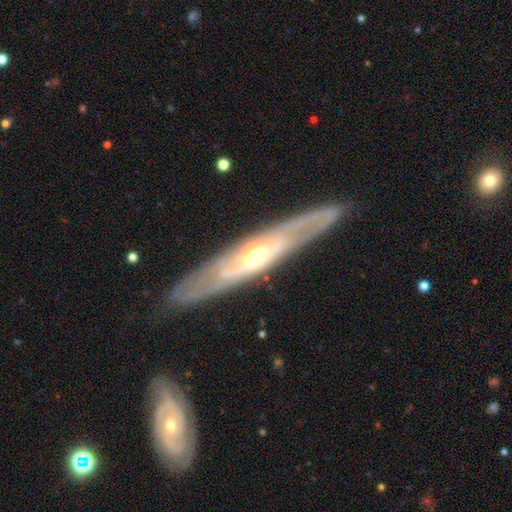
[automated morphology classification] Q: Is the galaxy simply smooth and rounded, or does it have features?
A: featured or disk — 79%.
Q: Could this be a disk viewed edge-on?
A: yes — 51%.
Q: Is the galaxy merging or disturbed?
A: none — 84%.